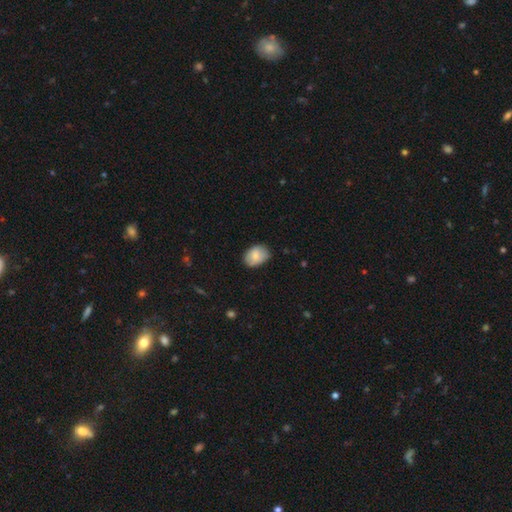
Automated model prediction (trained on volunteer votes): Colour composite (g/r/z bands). It shows a smooth galaxy with no disk features (81%) that is in between round and cigar-shaped (81%). Merging: none (75%).